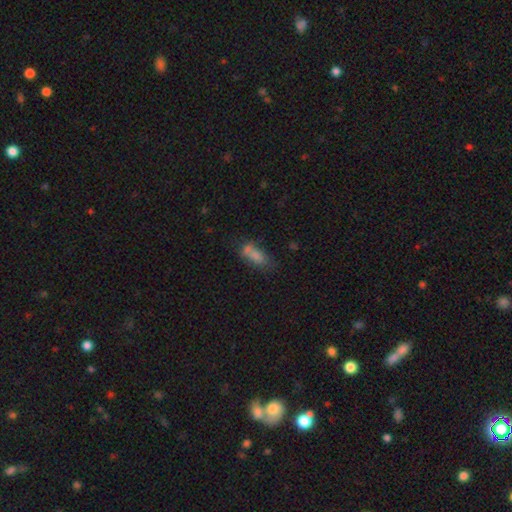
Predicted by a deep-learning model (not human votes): smooth 70%, featured or disk 18%, star or artifact 13%. Down the decision tree: how rounded — in between (72%); merging — none (41%).